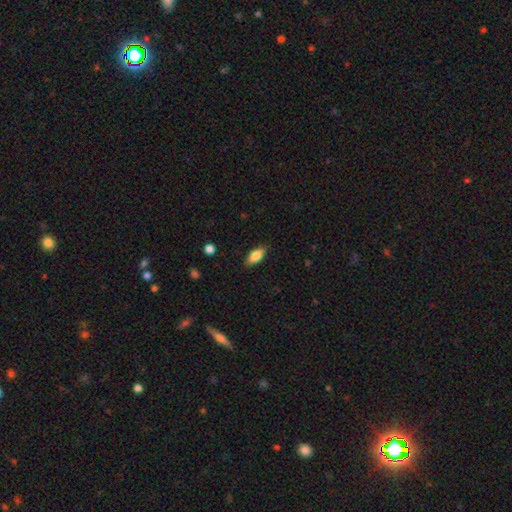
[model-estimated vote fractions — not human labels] smooth_or_featured: smooth (p=0.82) [alt: featured or disk p=0.11]
how_rounded: in between (p=0.86) [alt: cigar-shaped p=0.11]
merging: none (p=0.85) [alt: minor disturbance p=0.11]